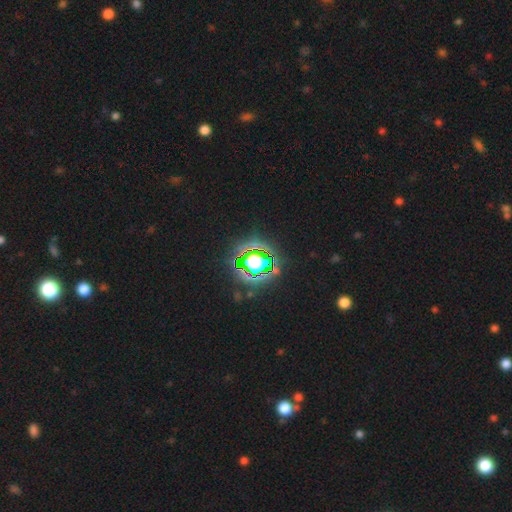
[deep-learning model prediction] The model was most divided on "smooth or featured": star or artifact: 67%, smooth: 19%, featured or disk: 14%.